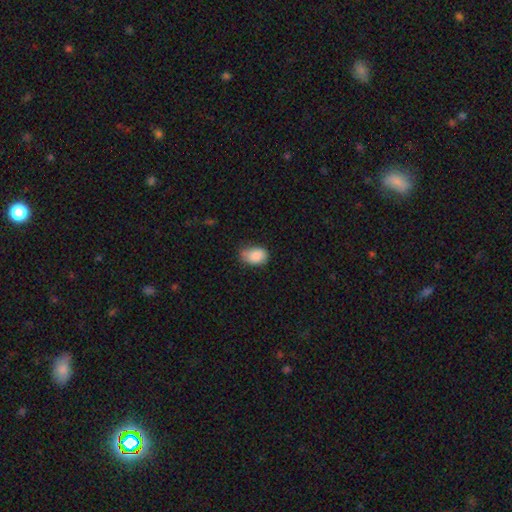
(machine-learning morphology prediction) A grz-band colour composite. It shows a smooth galaxy with no disk features (85%) that is in between round and cigar-shaped (81%). Merging: none (59%).